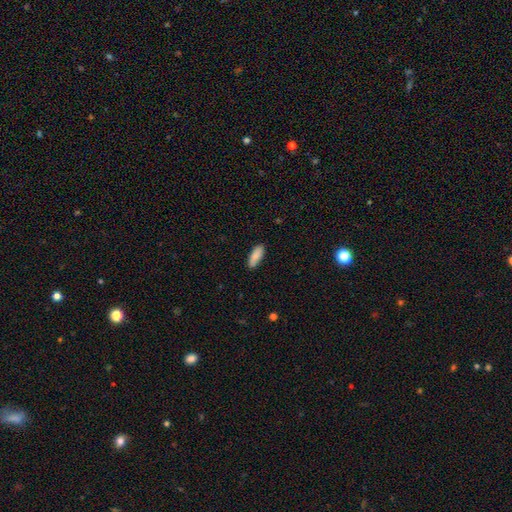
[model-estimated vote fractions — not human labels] The model was most divided on "how rounded": in between: 67%, cigar-shaped: 31%, round: 2%. More confident: smooth or featured — smooth (87%); merging — none (86%).